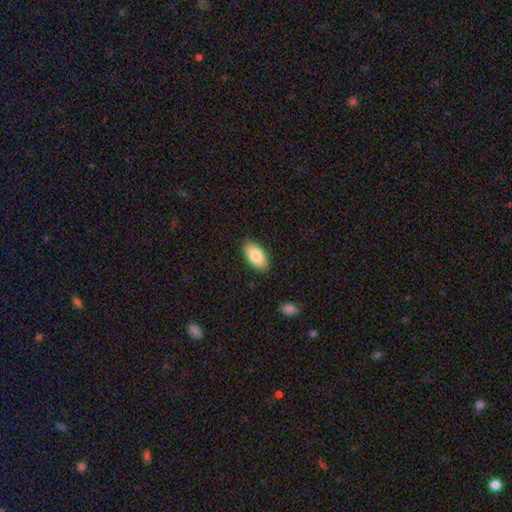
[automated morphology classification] This appears to be a smooth galaxy with no disk features (83%) that is in between round and cigar-shaped (93%). Merging: none (87%).